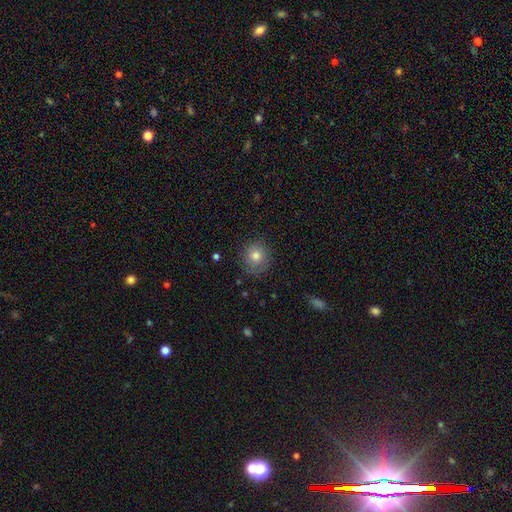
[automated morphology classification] smooth_or_featured: smooth (p=0.79) [alt: featured or disk p=0.11]
how_rounded: round (p=0.86) [alt: in between p=0.13]
merging: none (p=0.82) [alt: minor disturbance p=0.13]